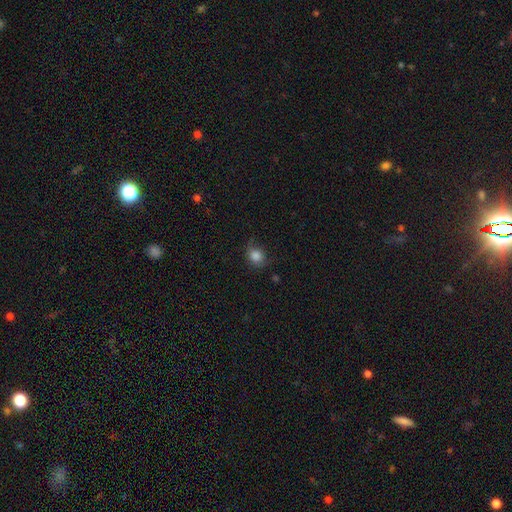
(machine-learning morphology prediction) The model was most divided on "merging": none: 63%, minor disturbance: 27%, major disturbance: 8%, merger: 2%. More confident: smooth or featured — smooth (84%); how rounded — round (70%).